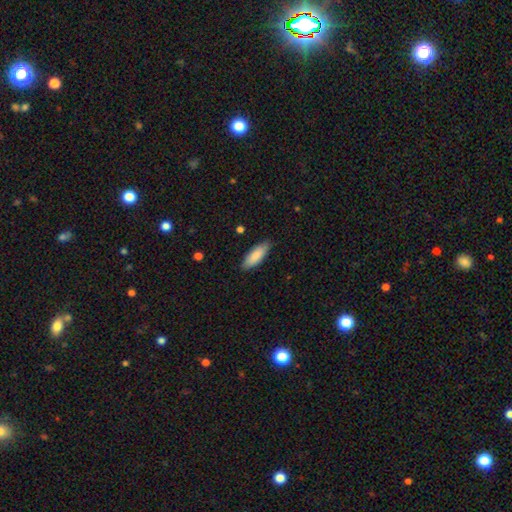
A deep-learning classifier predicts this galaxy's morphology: Overall: smooth (86%). How rounded: in between (63%; cigar-shaped 35%). Merging: none (86%).